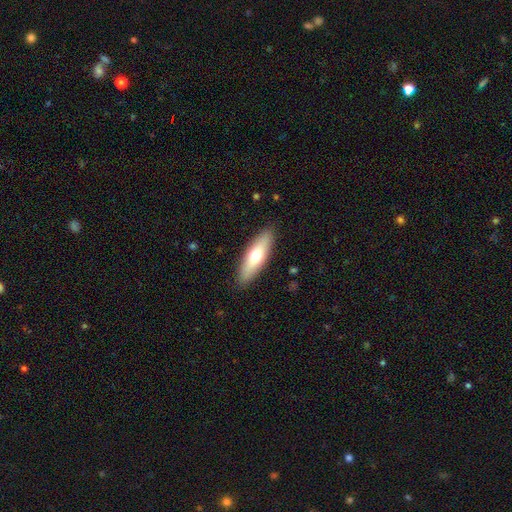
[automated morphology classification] type=smooth (63%); roundness=cigar-shaped (51%); merging=none (89%).